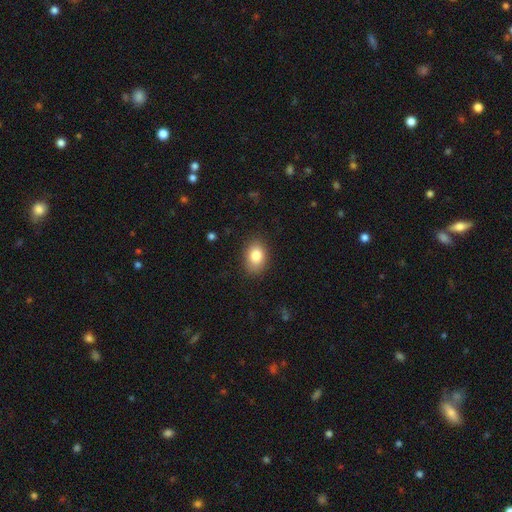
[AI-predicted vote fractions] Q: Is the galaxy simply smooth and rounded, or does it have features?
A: smooth — 84%.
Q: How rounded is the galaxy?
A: in between — 80%.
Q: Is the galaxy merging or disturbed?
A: none — 85%.